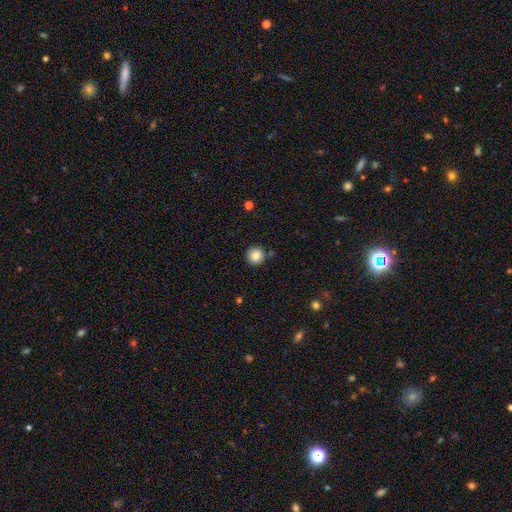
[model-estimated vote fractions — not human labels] The model was most divided on "smooth or featured": smooth: 85%, star or artifact: 10%, featured or disk: 5%. More confident: how rounded — round (93%); merging — none (85%).